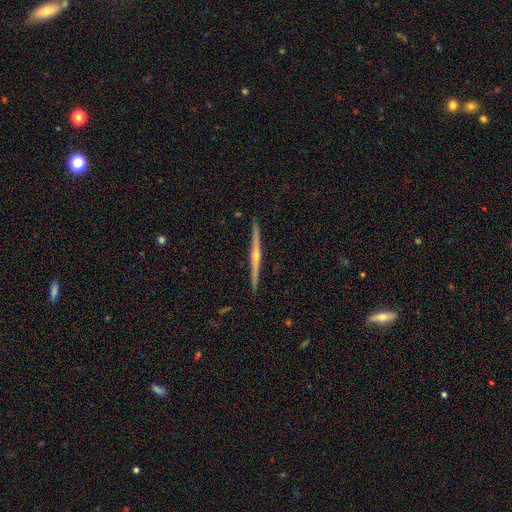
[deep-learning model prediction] Smooth or featured? Predicted: featured or disk (p=0.85). Edge-on disk? Predicted: yes (p=0.99). Edge-on bulge? Predicted: rounded (p=0.89). Merging? Predicted: none (p=0.93).